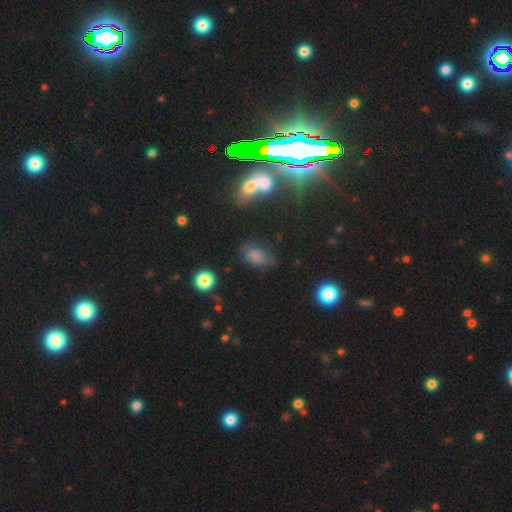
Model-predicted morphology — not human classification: type=smooth (74%); roundness=in between (88%); merging=none (64%).